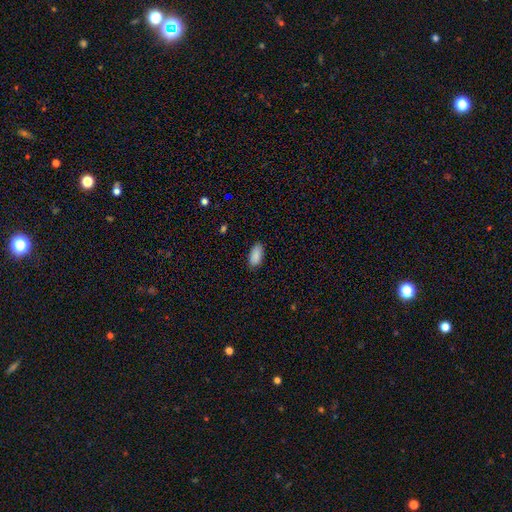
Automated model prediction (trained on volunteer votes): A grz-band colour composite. It shows a smooth galaxy with no disk features (89%) that is in between round and cigar-shaped (92%). Merging: none (83%).